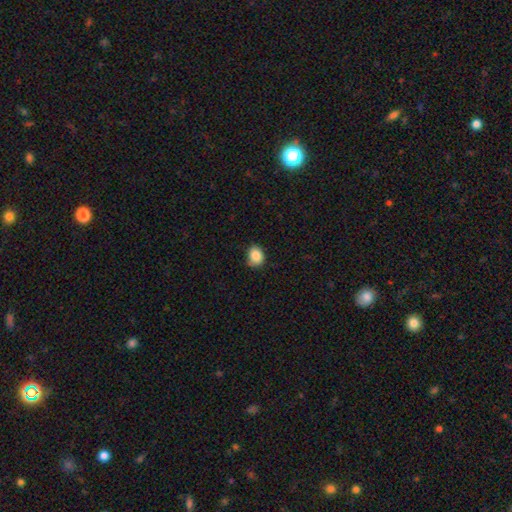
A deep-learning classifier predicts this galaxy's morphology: The model was most divided on "how rounded": in between: 55%, round: 44%, cigar-shaped: 1%. More confident: smooth or featured — smooth (87%); merging — none (72%).